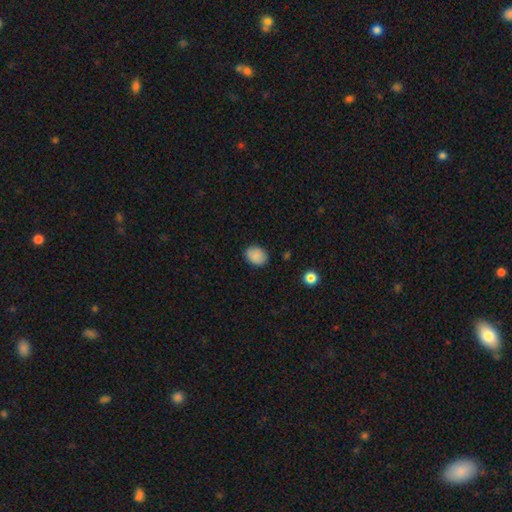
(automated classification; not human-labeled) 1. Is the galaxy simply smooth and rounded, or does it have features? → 88% smooth, 8% star or artifact, 4% featured or disk.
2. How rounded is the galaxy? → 64% in between, 36% round, 1% cigar-shaped.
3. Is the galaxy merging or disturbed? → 85% none, 11% minor disturbance, 2% major disturbance, 1% merger.